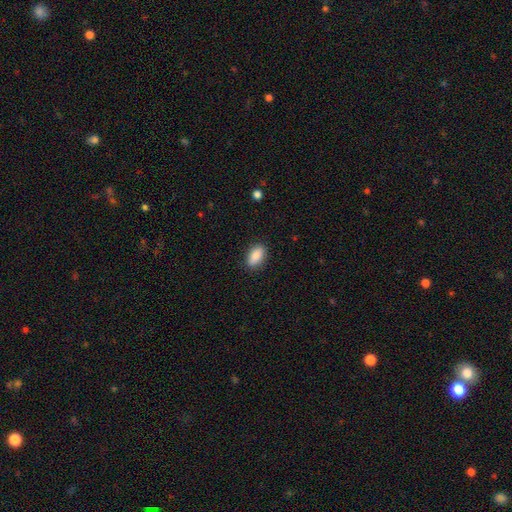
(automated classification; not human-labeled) A smooth galaxy with no disk features (87%) that is in between round and cigar-shaped (89%). Merging: none (88%).